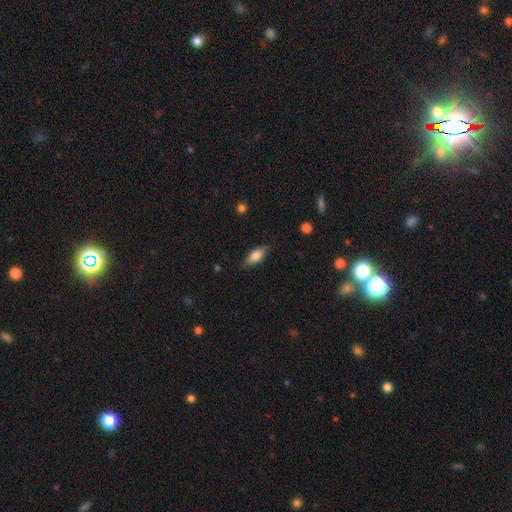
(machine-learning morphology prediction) smooth_or_featured: smooth (p=0.74) [alt: featured or disk p=0.20]
how_rounded: in between (p=0.78) [alt: cigar-shaped p=0.18]
merging: none (p=0.81) [alt: minor disturbance p=0.15]